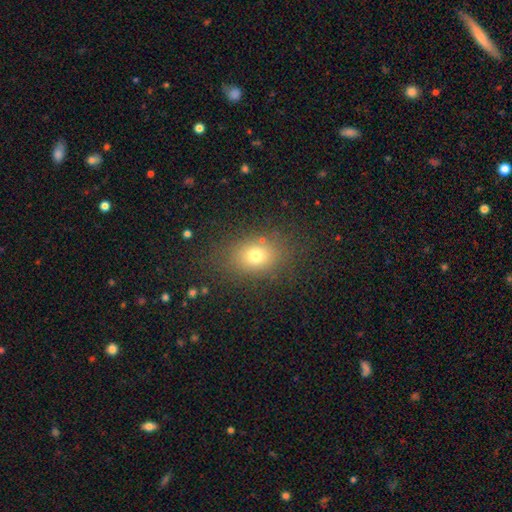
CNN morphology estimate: Smooth or featured? Predicted: smooth (p=0.74). How rounded? Predicted: in between (p=0.62). Merging? Predicted: none (p=0.82).